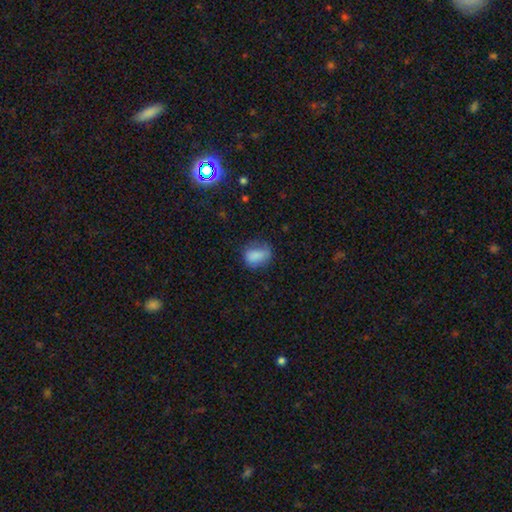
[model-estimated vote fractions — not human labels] Overall: smooth (81%). How rounded: in between (75%). Merging: none (52%; minor disturbance 31%).